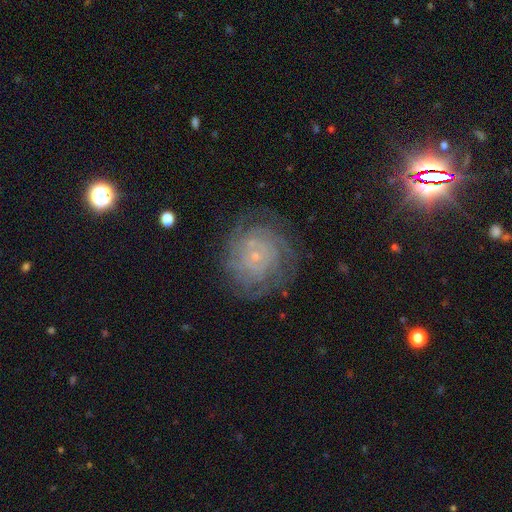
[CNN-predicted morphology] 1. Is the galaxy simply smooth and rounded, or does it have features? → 73% featured or disk, 16% smooth, 10% star or artifact.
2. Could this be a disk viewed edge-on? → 97% no, 3% yes.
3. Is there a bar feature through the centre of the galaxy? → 83% no, 14% weak, 3% strong.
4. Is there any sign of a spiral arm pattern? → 90% yes, 10% no.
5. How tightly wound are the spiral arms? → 78% tight, 17% medium, 5% loose.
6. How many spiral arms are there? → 46% can't tell, 14% 4, 11% 3, 11% more than 4, 11% 2, 7% 1.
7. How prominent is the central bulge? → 87% small, 7% moderate, 3% none, 1% large, 1% dominant.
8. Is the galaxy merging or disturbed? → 76% none, 14% minor disturbance, 8% major disturbance, 2% merger.